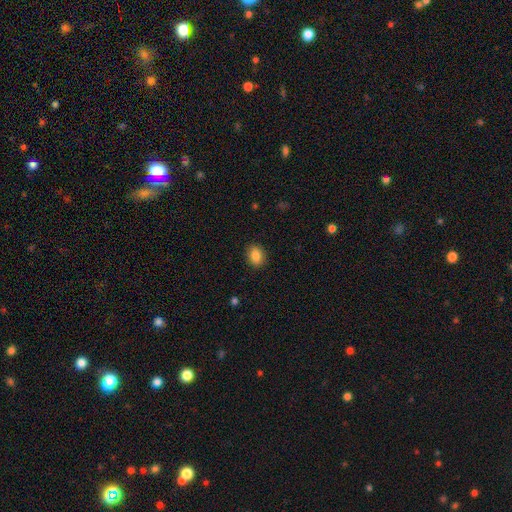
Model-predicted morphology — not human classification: A smooth galaxy with no disk features (86%) that is in between round and cigar-shaped (59%). Merging: none (88%).